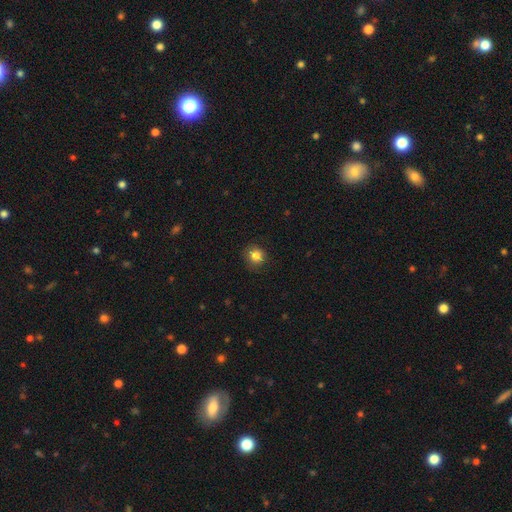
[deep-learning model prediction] Overall: smooth (84%). How rounded: round (84%). Merging: none (84%).